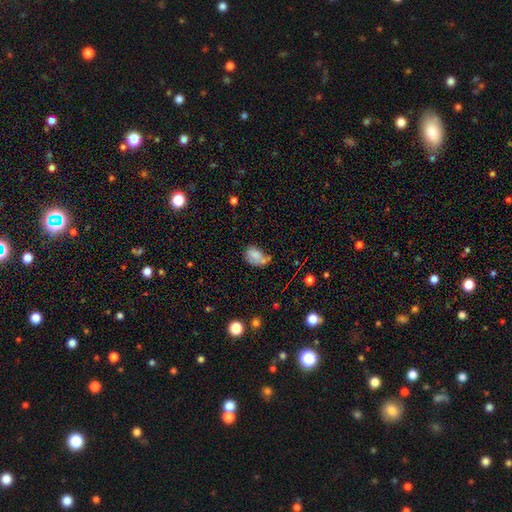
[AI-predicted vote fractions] smooth_or_featured: smooth (p=0.74) [alt: featured or disk p=0.15]
how_rounded: in between (p=0.77) [alt: round p=0.21]
merging: none (p=0.34) [alt: minor disturbance p=0.28]